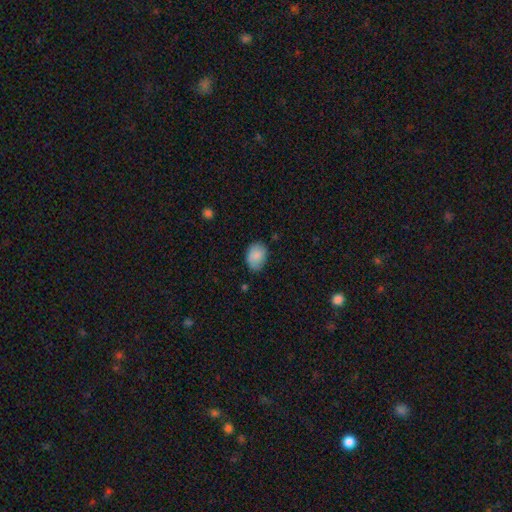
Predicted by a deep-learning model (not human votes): This appears to be a smooth galaxy with no disk features (84%) that is in between round and cigar-shaped (71%). Merging: none (68%).